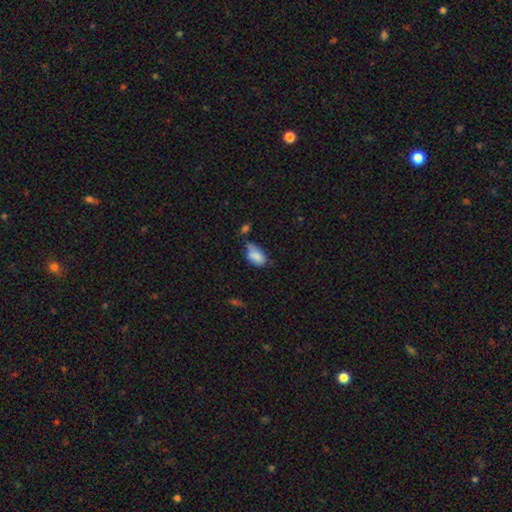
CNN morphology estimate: Overall: smooth (81%). How rounded: in between (92%). Merging: minor disturbance (39%; none 35%).